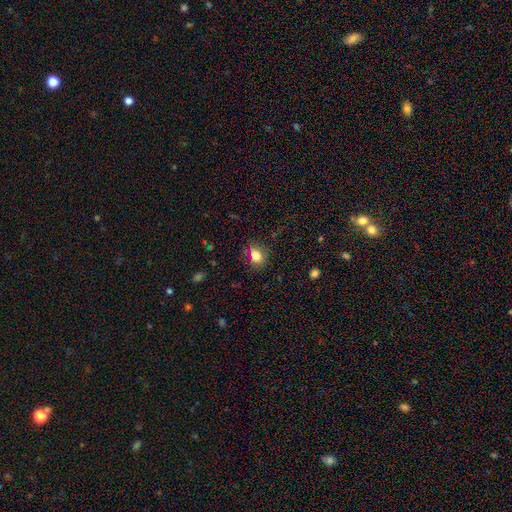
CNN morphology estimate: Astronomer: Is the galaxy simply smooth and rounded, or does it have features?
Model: smooth — 80%.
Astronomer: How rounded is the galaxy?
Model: round — 52% (runner-up: in between, 46%).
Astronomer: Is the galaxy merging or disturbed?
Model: none — 76%.